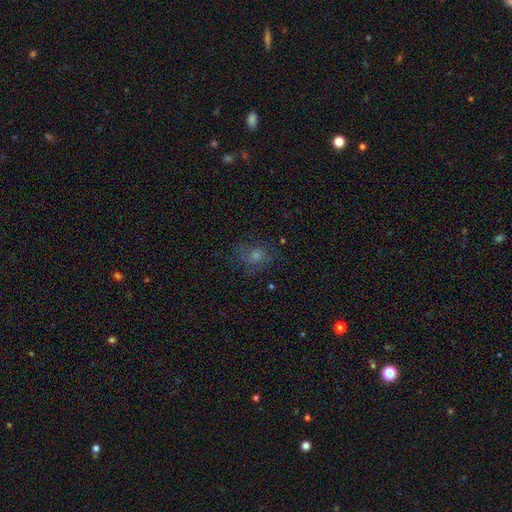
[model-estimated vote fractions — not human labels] Smooth or featured?
  - smooth: 52% *
  - featured or disk: 30%
  - star or artifact: 18%
How rounded?
  - round: 62% *
  - in between: 37%
  - cigar-shaped: 1%
Merging?
  - none: 65% *
  - minor disturbance: 20%
  - major disturbance: 14%
  - merger: 2%